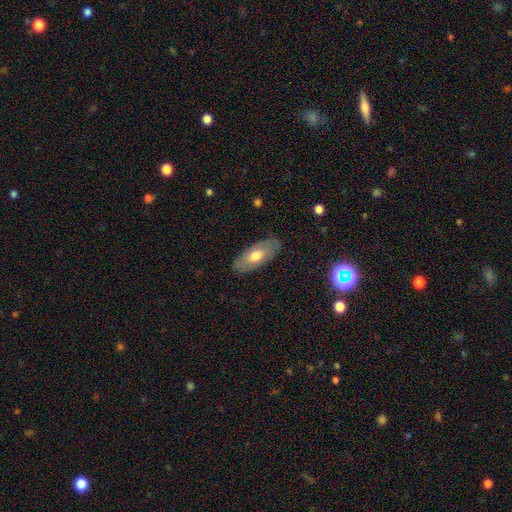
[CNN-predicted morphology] smooth 62%, featured or disk 32%, star or artifact 6%. Down the decision tree: how rounded — in between (86%); merging — none (84%).